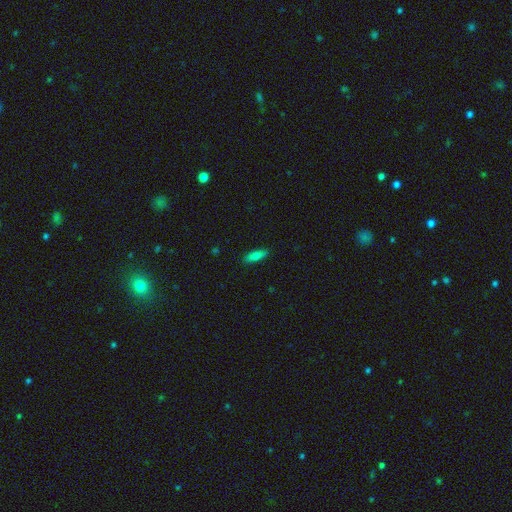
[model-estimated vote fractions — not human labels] This is clearly a smooth galaxy (80%). How rounded: possibly in between (53%). Merging: clearly none (88%).